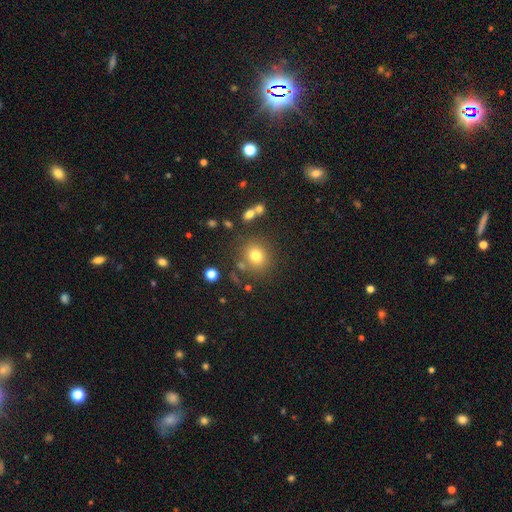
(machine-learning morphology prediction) Smooth or featured? Predicted: smooth (p=0.76). How rounded? Predicted: round (p=0.79). Merging? Predicted: none (p=0.77).